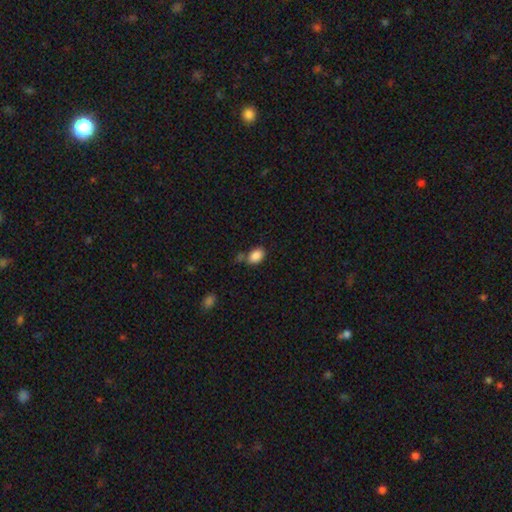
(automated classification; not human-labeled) A smooth galaxy with no disk features (88%) that is in between round and cigar-shaped (88%). Merging: none (65%).